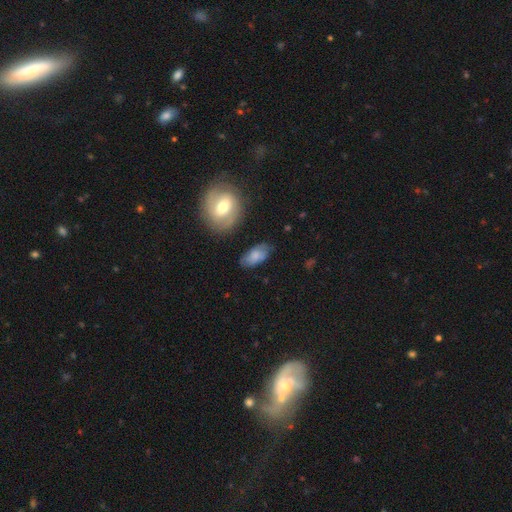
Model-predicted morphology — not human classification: Overall: smooth (70%). How rounded: in between (91%). Merging: none (74%).